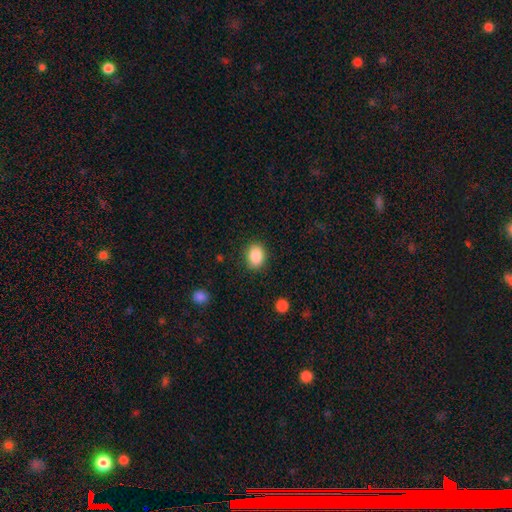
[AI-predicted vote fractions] A smooth galaxy with no disk features (88%) that is in between round and cigar-shaped (61%). Merging: none (86%).